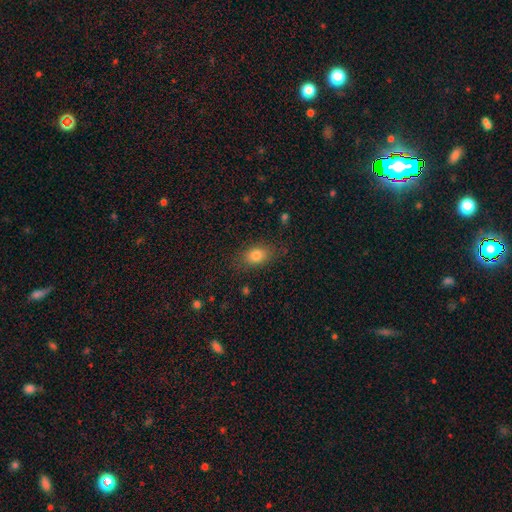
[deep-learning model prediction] This is clearly a smooth galaxy (80%). How rounded: likely in between (77%). Merging: clearly none (80%).